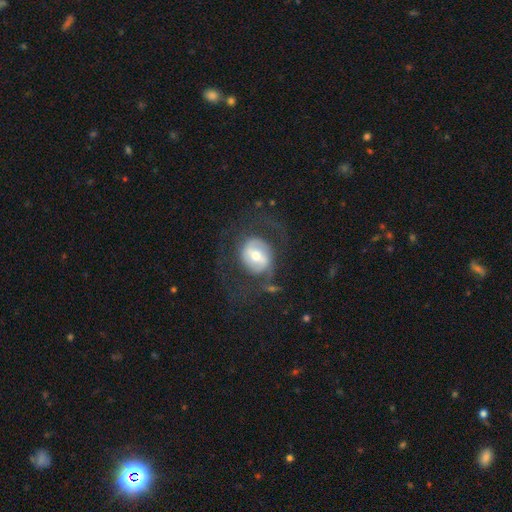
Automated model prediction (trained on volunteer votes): Overall: featured or disk (67%). Edge-on disk: no (96%). Bar: weak (40%; strong 38%). Spiral arms: yes (68%; no 32%). Bulge size: moderate (59%; small 29%). Merging: none (60%; major disturbance 23%).